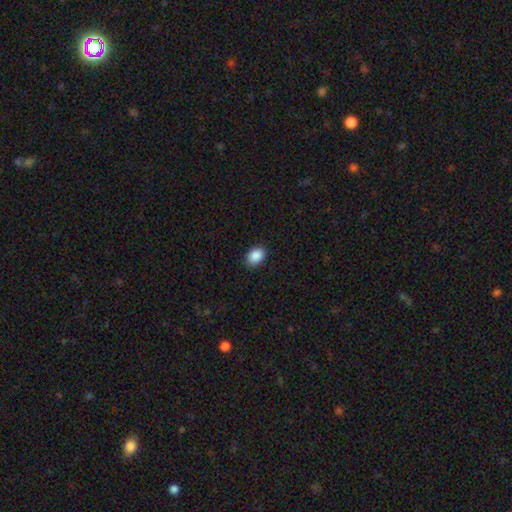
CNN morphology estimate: A smooth galaxy with no disk features (89%) that is in between round and cigar-shaped (76%).

Vote fractions:
- Smooth or featured? smooth: 89% / star or artifact: 8% / featured or disk: 3%
- How rounded? in between: 76% / round: 23% / cigar-shaped: 1%
- Merging? none: 87% / minor disturbance: 10% / major disturbance: 2% / merger: 1%